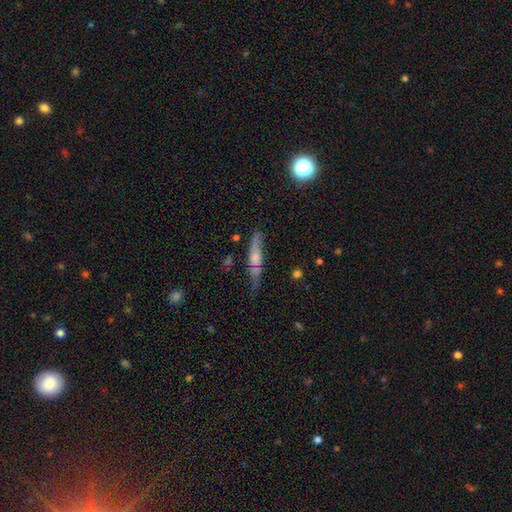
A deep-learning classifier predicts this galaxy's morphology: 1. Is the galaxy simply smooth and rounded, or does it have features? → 60% featured or disk, 30% smooth, 11% star or artifact.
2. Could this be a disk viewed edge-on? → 82% yes, 18% no.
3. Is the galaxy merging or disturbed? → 67% none, 22% minor disturbance, 7% major disturbance, 4% merger.